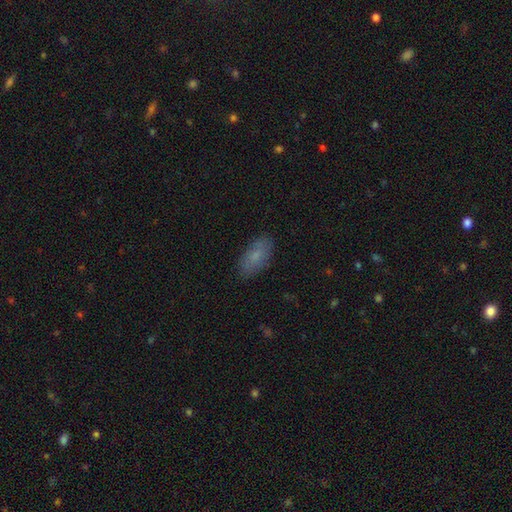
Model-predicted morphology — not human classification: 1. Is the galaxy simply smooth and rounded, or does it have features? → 77% smooth, 15% featured or disk, 8% star or artifact.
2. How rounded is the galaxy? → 89% in between, 8% cigar-shaped, 3% round.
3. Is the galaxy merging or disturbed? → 83% none, 13% minor disturbance, 3% major disturbance, 1% merger.